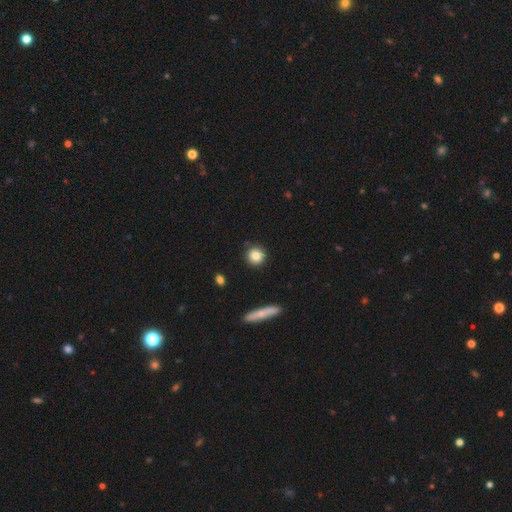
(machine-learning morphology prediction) A smooth galaxy with no disk features (83%) that is round (91%). Merging: none (90%).